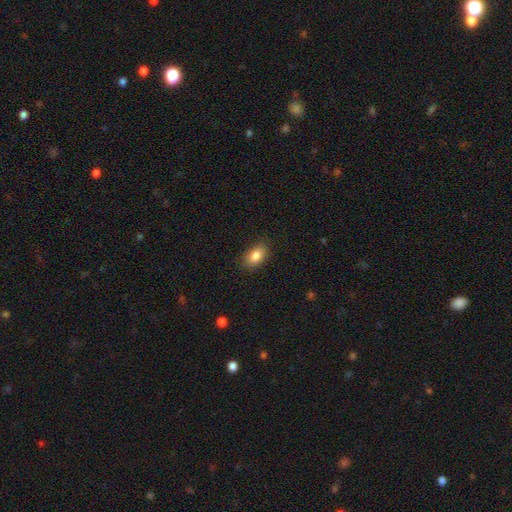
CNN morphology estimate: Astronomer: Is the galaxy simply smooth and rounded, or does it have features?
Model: smooth — 85%.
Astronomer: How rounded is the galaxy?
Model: in between — 87%.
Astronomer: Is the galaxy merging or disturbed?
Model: none — 85%.